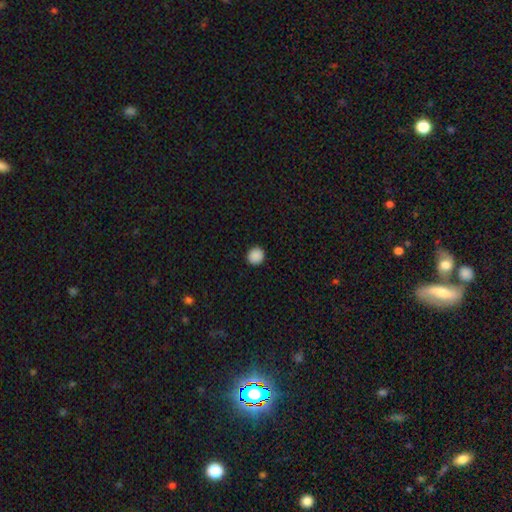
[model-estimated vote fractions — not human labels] Smooth or featured? Predicted: smooth (p=0.89). How rounded? Predicted: round (p=0.90). Merging? Predicted: none (p=0.93).